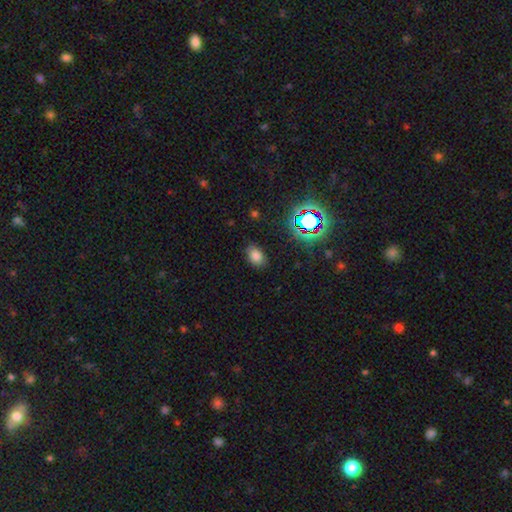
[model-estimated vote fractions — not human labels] Morphology: type=smooth (76%); roundness=in between (82%); merging=none (82%).